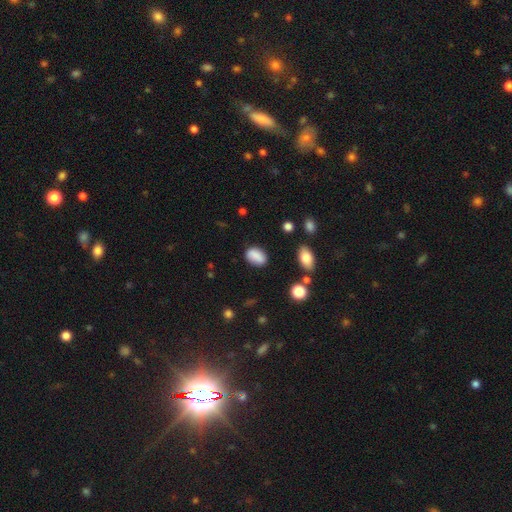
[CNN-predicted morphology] This appears to be a smooth galaxy with no disk features (86%) that is in between round and cigar-shaped (84%). Merging: none (81%).